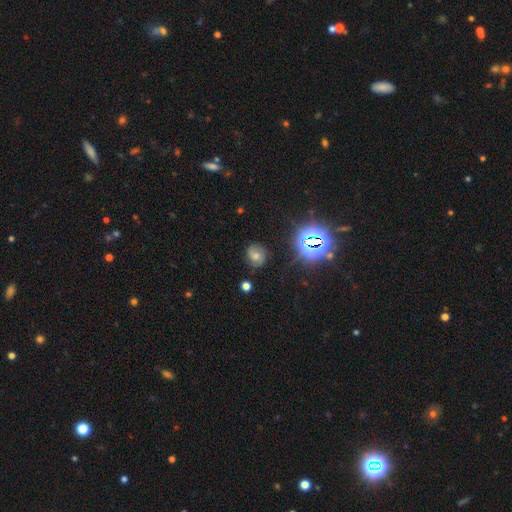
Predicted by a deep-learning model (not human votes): A star or artifact, not a galaxy (40%).

Vote fractions:
- Smooth or featured? star or artifact: 40% / smooth: 35% / featured or disk: 25%